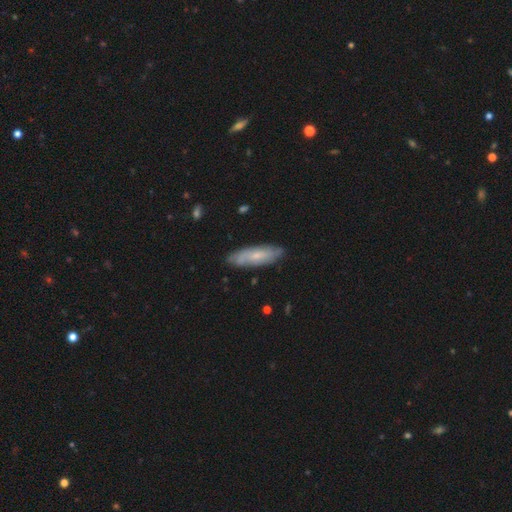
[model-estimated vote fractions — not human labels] The model was most divided on "smooth or featured": smooth: 47%, featured or disk: 46%, star or artifact: 6%. More confident: merging — none (82%).